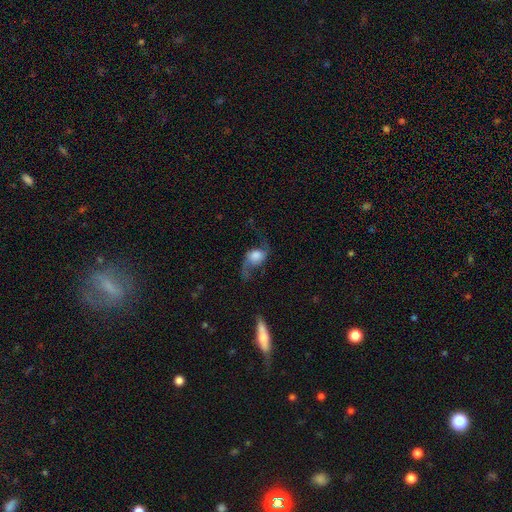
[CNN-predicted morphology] smooth-or-featured: featured or disk: 71% | smooth: 21% | star or artifact: 8%
  disk-edge-on: no: 94% | yes: 6%
    bar: no: 66% | weak: 27% | strong: 7%
    has-spiral-arms: yes: 93% | no: 7%
      spiral-winding: loose: 87% | medium: 10% | tight: 2%
      spiral-arm-count: 2: 91% | 1: 4% | can't tell: 2% | 3: 1% | 4: 1% | more than 4: 1%
    bulge-size: large: 42% | moderate: 21% | dominant: 19% | small: 10% | none: 8%
  merging: none: 55% | major disturbance: 23% | minor disturbance: 18% | merger: 4%